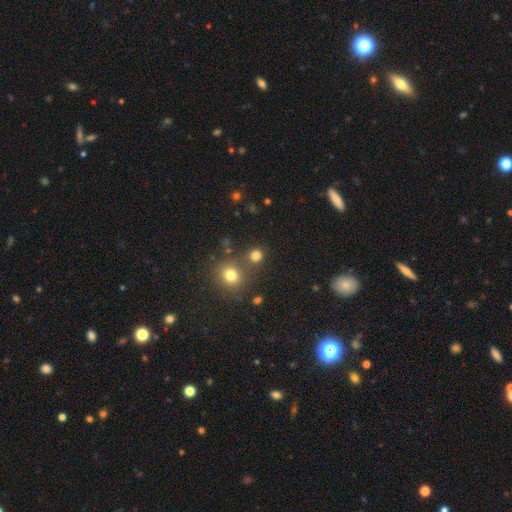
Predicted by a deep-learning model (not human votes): Morphology: type=smooth (78%); roundness=round (87%); merging=none (73%).